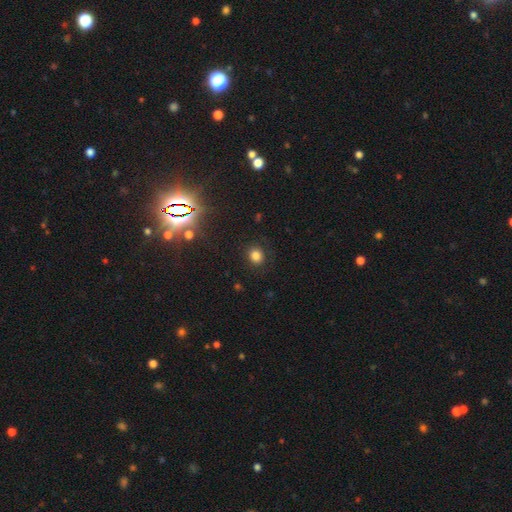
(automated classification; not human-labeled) A smooth galaxy with no disk features (81%) that is round (73%).

Vote fractions:
- Smooth or featured? smooth: 81% / star or artifact: 14% / featured or disk: 5%
- How rounded? round: 73% / in between: 26% / cigar-shaped: 1%
- Merging? none: 87% / minor disturbance: 9% / major disturbance: 3% / merger: 1%